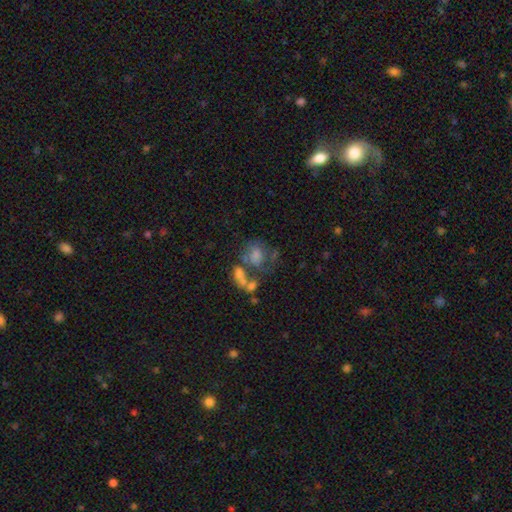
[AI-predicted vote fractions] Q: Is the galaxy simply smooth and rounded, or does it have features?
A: smooth — 51%.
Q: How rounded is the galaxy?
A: in between — 52%.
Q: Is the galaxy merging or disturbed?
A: merger — 35%.